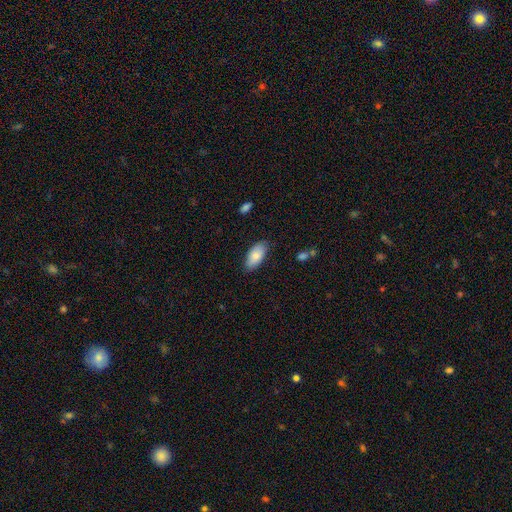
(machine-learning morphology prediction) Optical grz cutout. It shows a smooth galaxy with no disk features (79%) that is in between round and cigar-shaped (92%). Merging: none (80%).